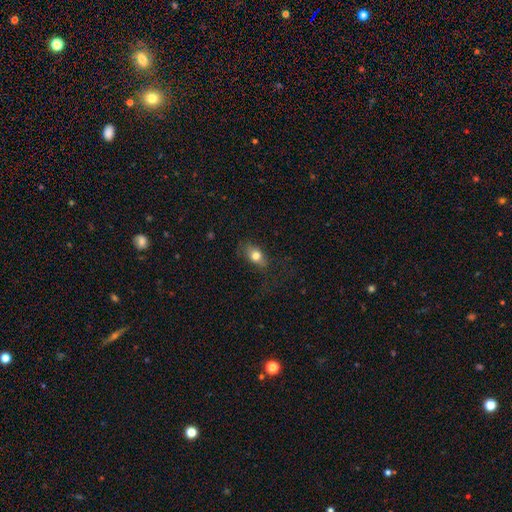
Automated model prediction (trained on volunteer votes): Q: Smooth or featured?
A: smooth (75%); runner-up: featured or disk (16%)
Q: How rounded?
A: in between (82%); runner-up: round (11%)
Q: Merging?
A: none (69%); runner-up: minor disturbance (20%)